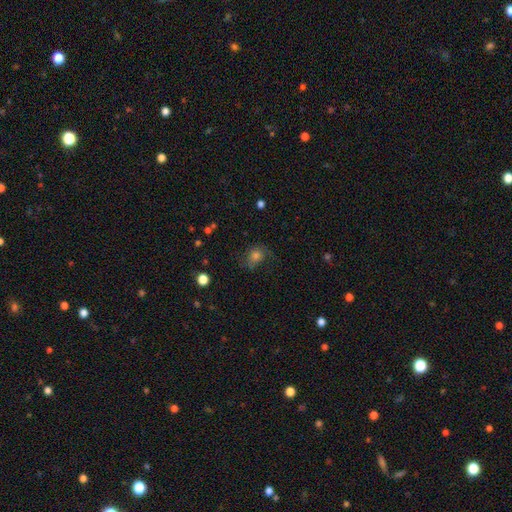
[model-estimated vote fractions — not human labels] Q: Smooth or featured?
A: smooth (60%); runner-up: featured or disk (24%)
Q: How rounded?
A: round (55%); runner-up: in between (44%)
Q: Merging?
A: none (54%); runner-up: minor disturbance (24%)